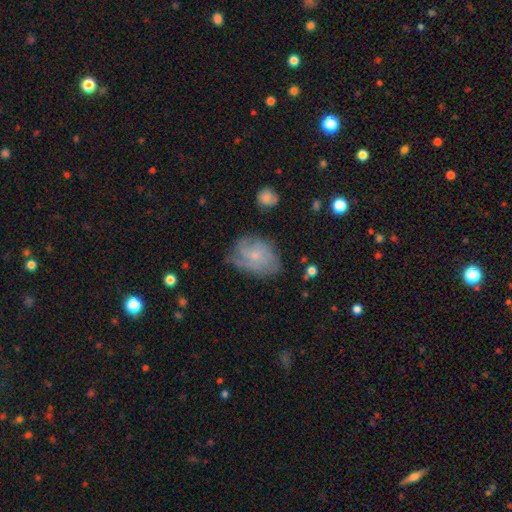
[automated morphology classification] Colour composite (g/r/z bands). It shows a featured or disk galaxy (57%) with no bar (76%), spiral arms (80%) and a small central bulge (70%). Merging: none (55%).